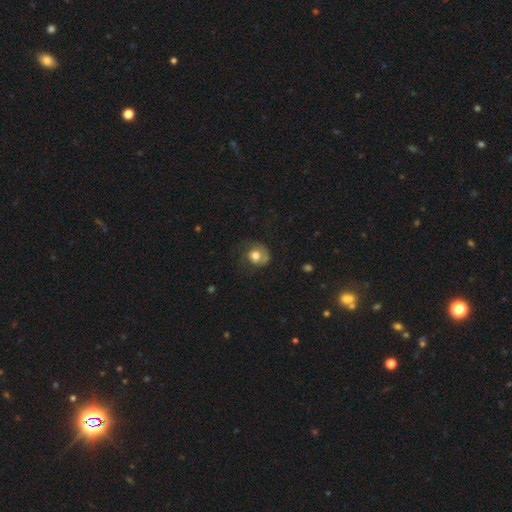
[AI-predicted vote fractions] Smooth or featured? Predicted: smooth (p=0.67). How rounded? Predicted: round (p=0.73). Merging? Predicted: none (p=0.47).